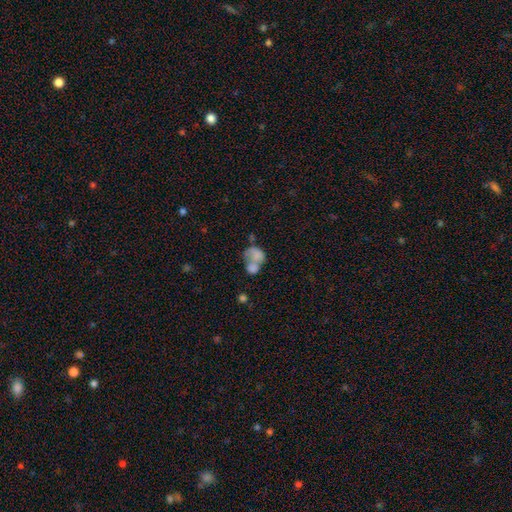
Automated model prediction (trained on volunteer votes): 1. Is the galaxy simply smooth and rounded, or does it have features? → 68% smooth, 23% featured or disk, 10% star or artifact.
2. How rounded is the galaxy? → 61% in between, 38% round, 1% cigar-shaped.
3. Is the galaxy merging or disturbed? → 63% merger, 16% none, 12% major disturbance, 9% minor disturbance.